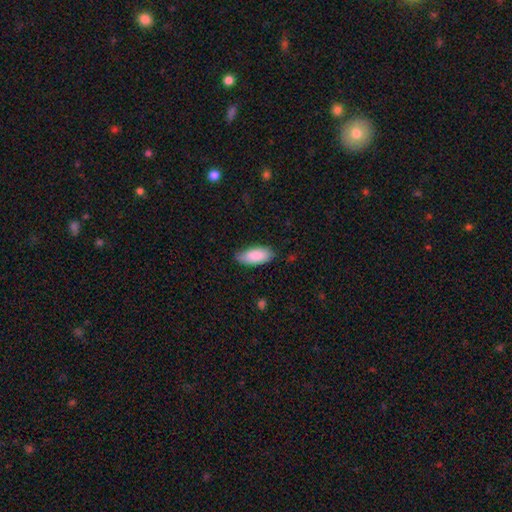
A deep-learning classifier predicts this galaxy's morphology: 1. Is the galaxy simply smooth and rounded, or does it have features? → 88% smooth, 7% featured or disk, 5% star or artifact.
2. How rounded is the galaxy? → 86% in between, 12% cigar-shaped, 2% round.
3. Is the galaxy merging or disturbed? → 76% none, 20% minor disturbance, 3% major disturbance, 1% merger.